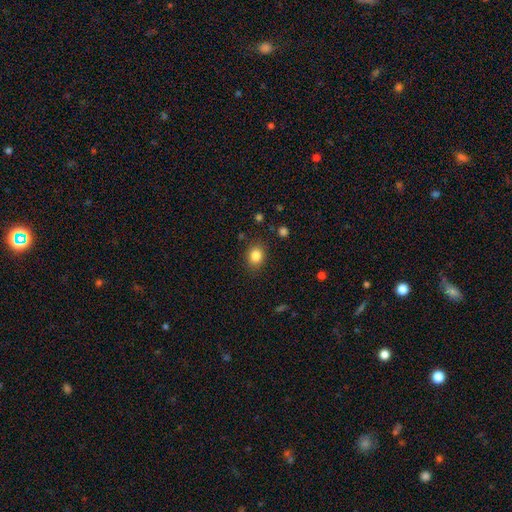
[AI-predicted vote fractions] This appears to be a smooth galaxy with no disk features (84%) that is round (54%). Merging: none (86%).